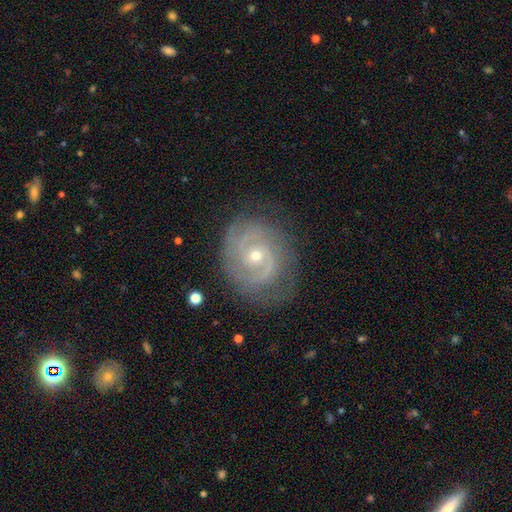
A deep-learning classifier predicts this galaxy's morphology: This is clearly a featured or disk galaxy (86%). It is clearly not viewed edge-on (97%). Bar: likely no (66%). Spiral arm pattern: clearly yes (96%). Spiral arm count: possibly 2 (53%). Spiral winding: likely tight (61%). Central bulge: possibly small (58%). Merging: likely none (77%).